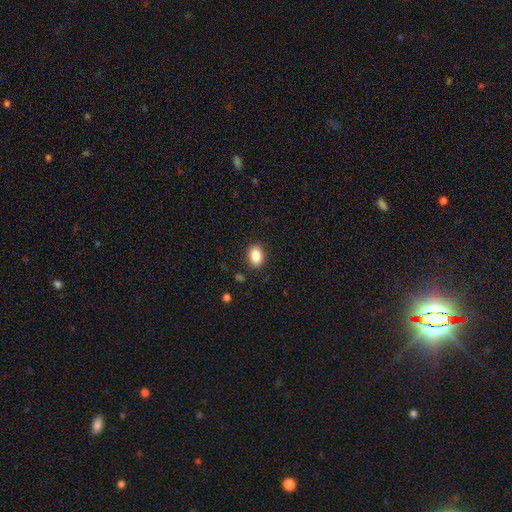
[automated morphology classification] A smooth galaxy with no disk features (86%) that is in between round and cigar-shaped (83%). Merging: none (88%).